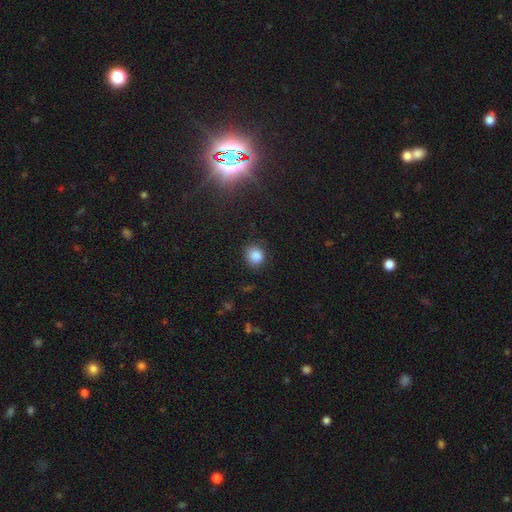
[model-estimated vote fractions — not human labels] Morphology: type=smooth (85%); roundness=round (85%); merging=none (83%).